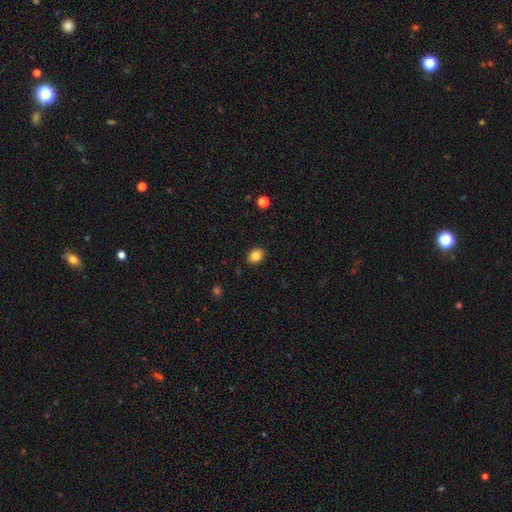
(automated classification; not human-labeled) This appears to be a smooth galaxy with no disk features (83%) that is in between round and cigar-shaped (52%). Merging: none (90%).